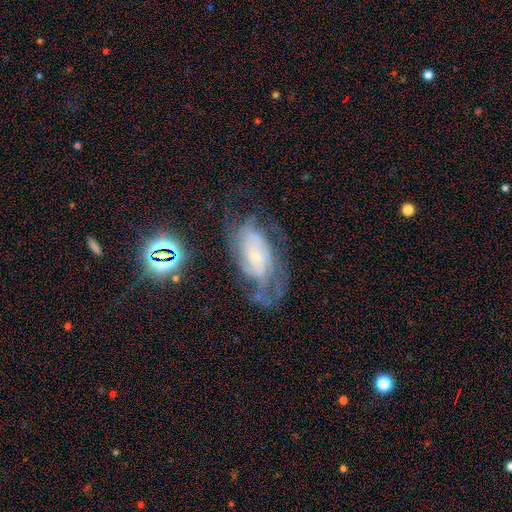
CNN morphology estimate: Smooth or featured? featured or disk (78%)
Edge-on disk? no (95%)
Bar? no (69%)
Spiral arms? yes (91%)
Spiral winding? tight (48%)
Spiral arm count? can't tell (41%)
Bulge size? small (74%)
Merging? none (52%)